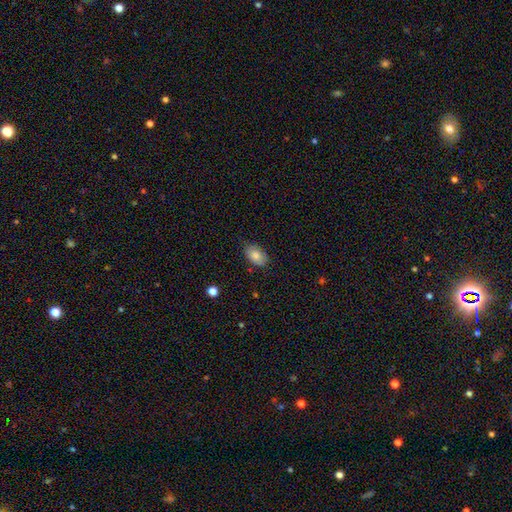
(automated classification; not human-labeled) Smooth or featured? Predicted: smooth (p=0.82). How rounded? Predicted: in between (p=0.90). Merging? Predicted: none (p=0.77).